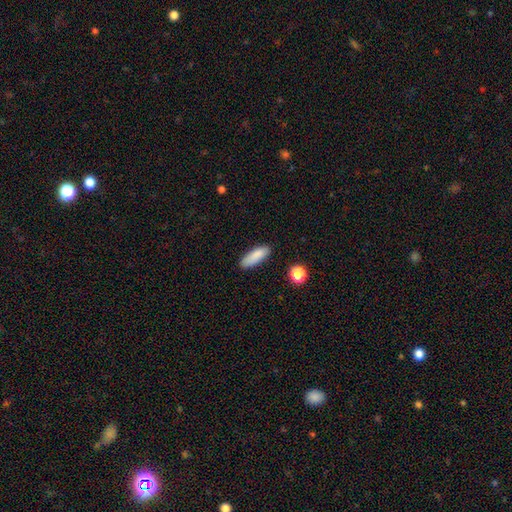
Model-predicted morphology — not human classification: smooth_or_featured: smooth (p=0.86) [alt: star or artifact p=0.07]
how_rounded: in between (p=0.60) [alt: cigar-shaped p=0.38]
merging: none (p=0.82) [alt: minor disturbance p=0.13]